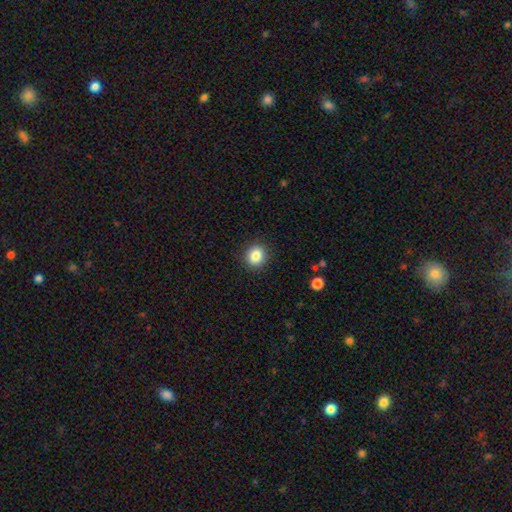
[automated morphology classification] A smooth galaxy with no disk features (85%) that is round (82%).

Vote fractions:
- Smooth or featured? smooth: 85% / star or artifact: 10% / featured or disk: 5%
- How rounded? round: 82% / in between: 17% / cigar-shaped: 1%
- Merging? none: 90% / minor disturbance: 7% / major disturbance: 2% / merger: 1%